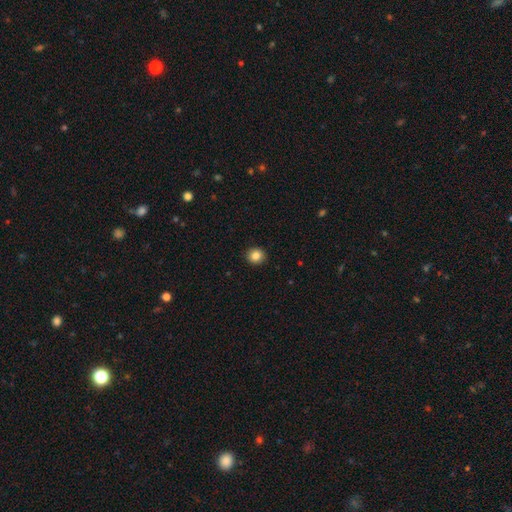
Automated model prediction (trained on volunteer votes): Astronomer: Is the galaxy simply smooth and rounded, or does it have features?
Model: smooth — 85%.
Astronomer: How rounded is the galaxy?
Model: round — 86%.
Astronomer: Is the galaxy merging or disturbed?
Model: none — 92%.